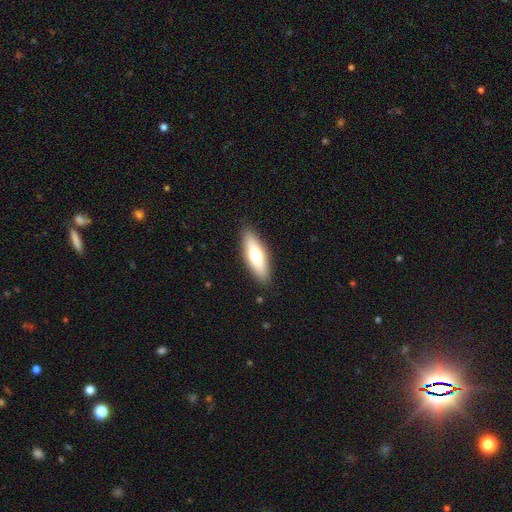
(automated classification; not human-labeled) Smooth or featured? Predicted: smooth (p=0.62). How rounded? Predicted: cigar-shaped (p=0.49, tied with in between). Merging? Predicted: none (p=0.88).